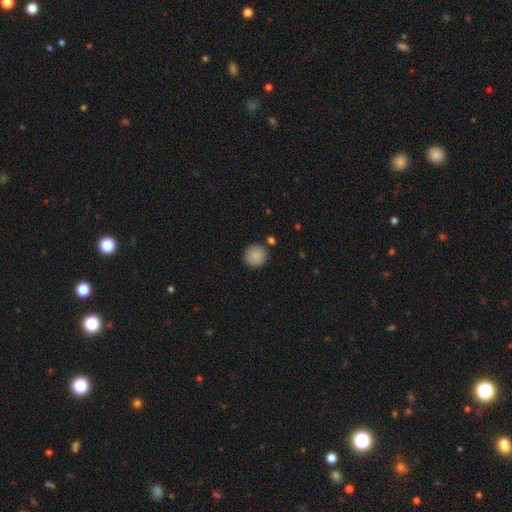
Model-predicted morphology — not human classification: smooth-or-featured: smooth: 87% | star or artifact: 7% | featured or disk: 5%
  how-rounded: round: 93% | in between: 6% | cigar-shaped: 1%
  merging: none: 85% | minor disturbance: 8% | merger: 4% | major disturbance: 2%